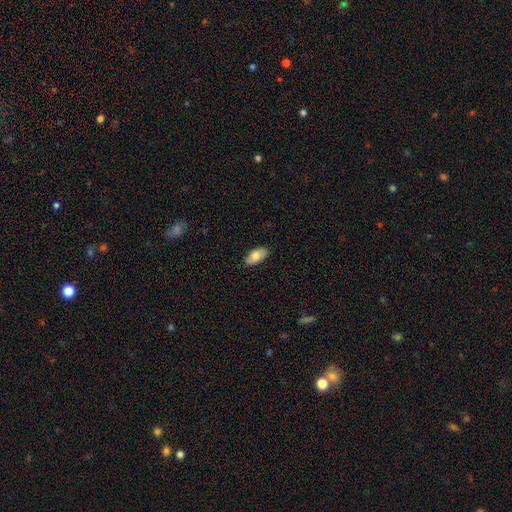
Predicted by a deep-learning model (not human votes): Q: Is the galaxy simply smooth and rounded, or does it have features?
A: smooth — 80%.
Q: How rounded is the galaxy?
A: in between — 93%.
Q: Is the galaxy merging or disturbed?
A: none — 88%.